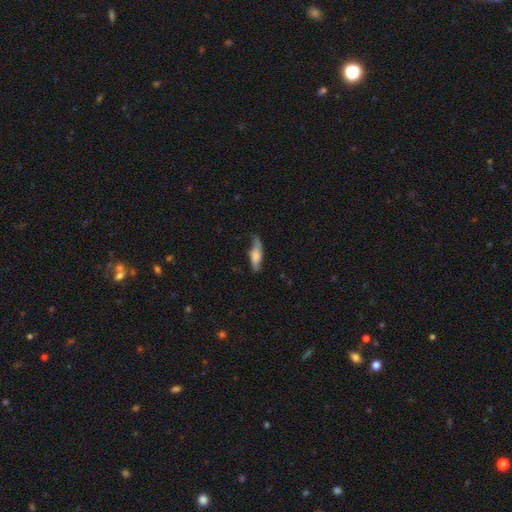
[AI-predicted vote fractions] This is possibly a smooth galaxy (53%). How rounded: possibly in between (56%). Merging: possibly none (52%).